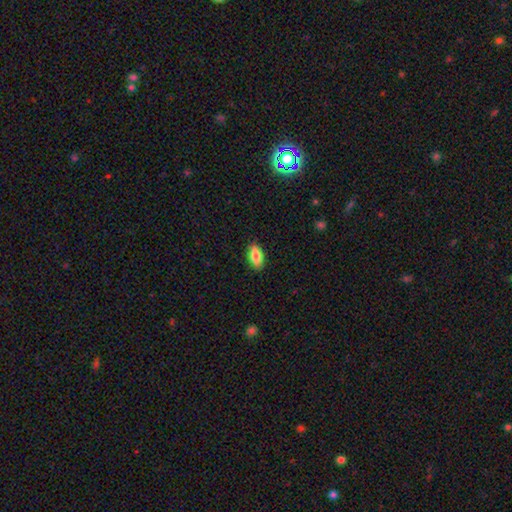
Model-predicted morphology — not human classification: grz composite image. It shows a smooth galaxy with no disk features (82%) that is in between round and cigar-shaped (86%). Merging: none (88%).